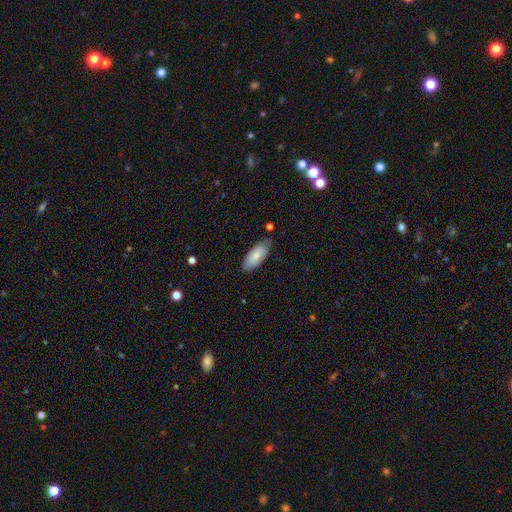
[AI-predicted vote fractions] Smooth or featured? smooth (78%)
How rounded? in between (83%)
Merging? none (76%)